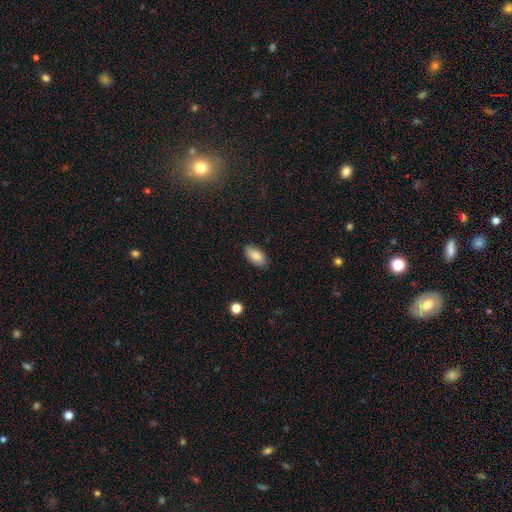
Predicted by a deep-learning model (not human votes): Smooth or featured: smooth — 85% (featured or disk — 8%)
How rounded: in between — 93% (cigar-shaped — 4%)
Merging: none — 86% (minor disturbance — 10%)